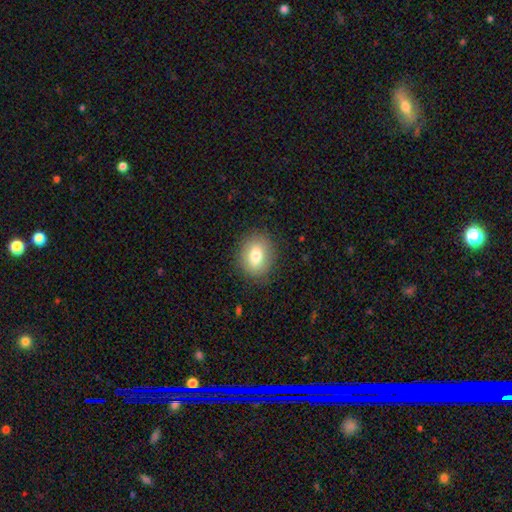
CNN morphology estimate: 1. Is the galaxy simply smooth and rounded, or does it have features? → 76% smooth, 16% featured or disk, 9% star or artifact.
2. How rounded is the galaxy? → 54% in between, 44% round, 1% cigar-shaped.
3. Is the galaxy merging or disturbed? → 84% none, 11% minor disturbance, 4% major disturbance, 1% merger.